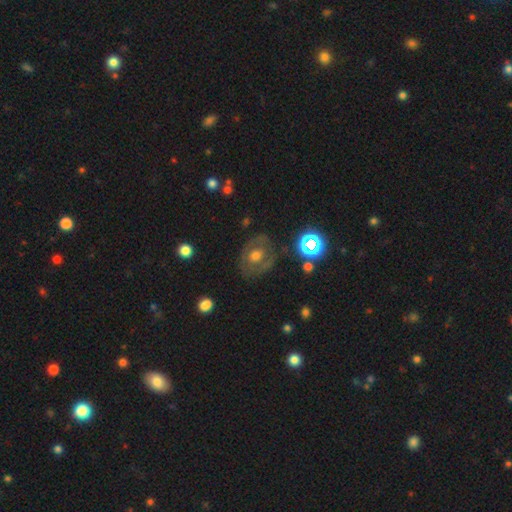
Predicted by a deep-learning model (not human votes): Smooth or featured? featured or disk (51%)
Edge-on disk? no (95%)
Merging? none (72%)